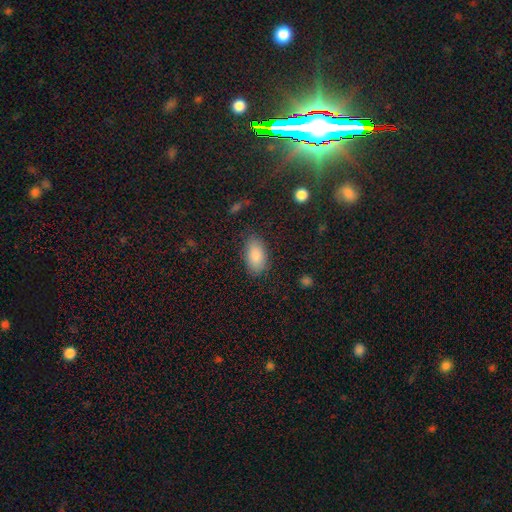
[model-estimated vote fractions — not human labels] This appears to be a smooth galaxy with no disk features (88%) that is in between round and cigar-shaped (94%). Merging: none (82%).